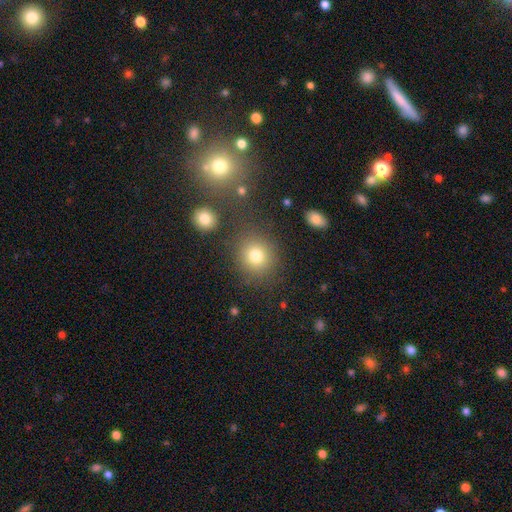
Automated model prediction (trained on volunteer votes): Smooth or featured?
  - smooth: 77% *
  - star or artifact: 15%
  - featured or disk: 8%
How rounded?
  - round: 86% *
  - in between: 13%
  - cigar-shaped: 1%
Merging?
  - none: 80% *
  - minor disturbance: 9%
  - merger: 6%
  - major disturbance: 5%